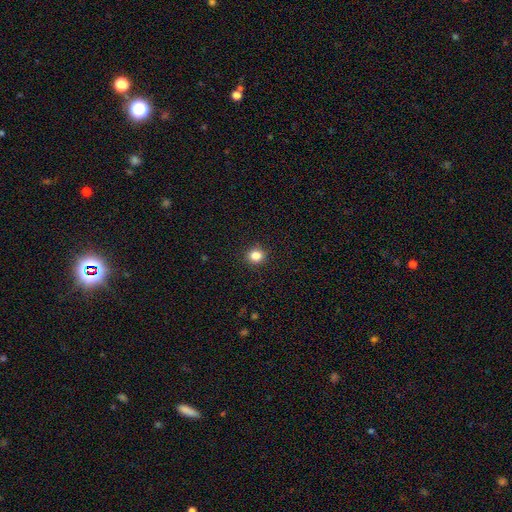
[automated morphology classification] smooth_or_featured: smooth (p=0.84) [alt: star or artifact p=0.11]
how_rounded: round (p=0.84) [alt: in between p=0.15]
merging: none (p=0.92) [alt: minor disturbance p=0.06]